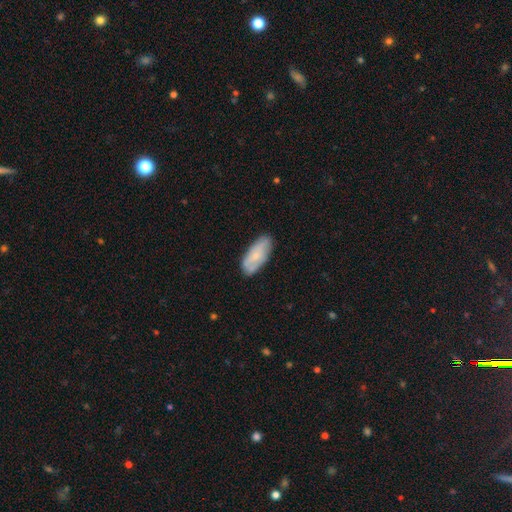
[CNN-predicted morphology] smooth 61%, featured or disk 32%, star or artifact 6%. Down the decision tree: how rounded — in between (85%); merging — none (77%).